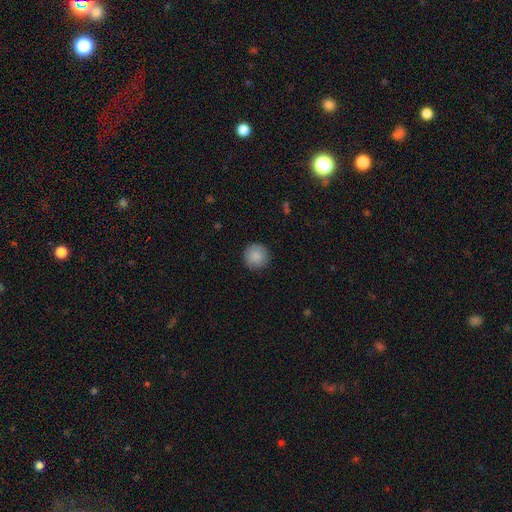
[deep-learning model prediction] smooth_or_featured: smooth (p=0.88) [alt: star or artifact p=0.08]
how_rounded: round (p=0.96) [alt: in between p=0.03]
merging: none (p=0.90) [alt: minor disturbance p=0.07]